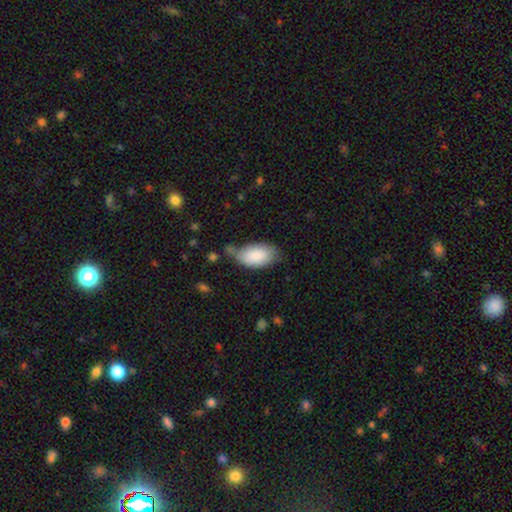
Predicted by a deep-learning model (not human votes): smooth 86%, featured or disk 8%, star or artifact 6%. Down the decision tree: how rounded — in between (95%); merging — none (50%).